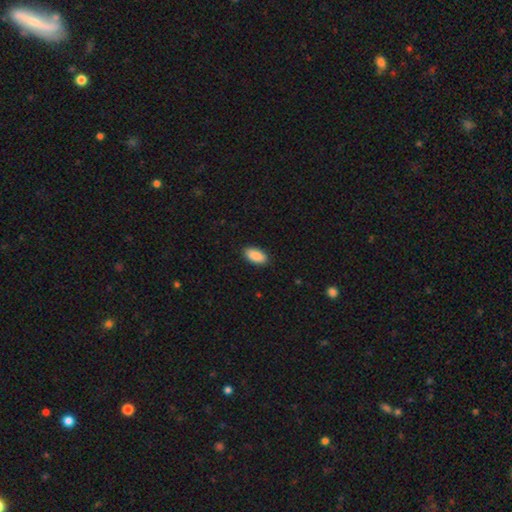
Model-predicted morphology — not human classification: smooth-or-featured: smooth: 91% | star or artifact: 6% | featured or disk: 3%
  how-rounded: in between: 94% | cigar-shaped: 4% | round: 2%
  merging: none: 89% | minor disturbance: 8% | major disturbance: 2% | merger: 1%